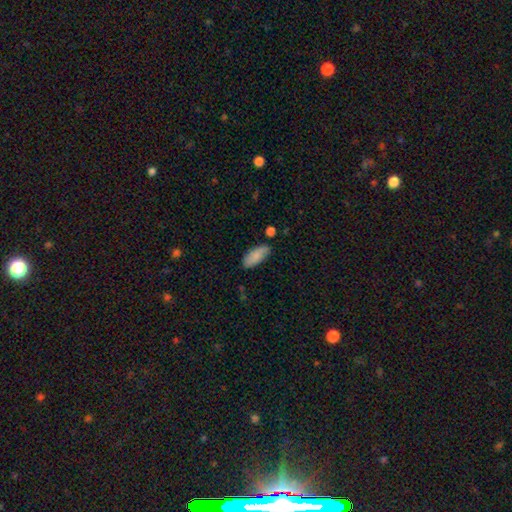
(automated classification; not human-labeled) Smooth or featured?
  - smooth: 81% *
  - featured or disk: 13%
  - star or artifact: 6%
How rounded?
  - in between: 86% *
  - cigar-shaped: 12%
  - round: 2%
Merging?
  - none: 75% *
  - minor disturbance: 18%
  - major disturbance: 3%
  - merger: 3%